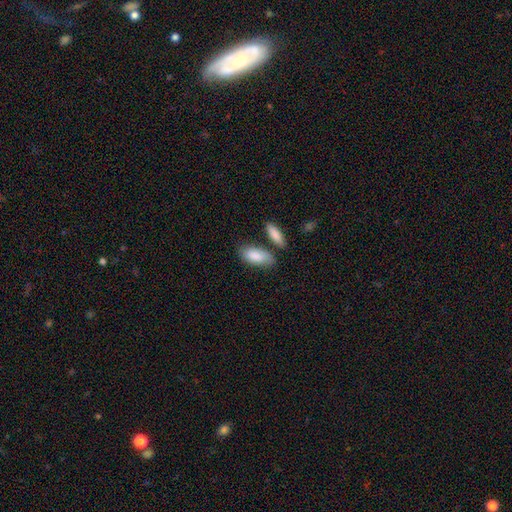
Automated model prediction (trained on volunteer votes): Morphology: type=smooth (87%); roundness=in between (87%); merging=none (64%).